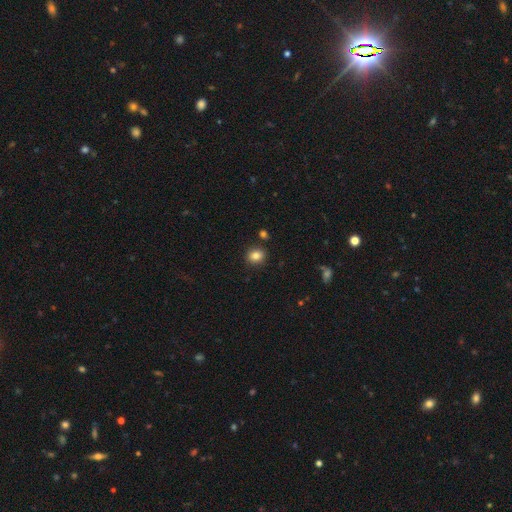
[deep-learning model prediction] Smooth or featured?
  - smooth: 83% *
  - star or artifact: 11%
  - featured or disk: 6%
How rounded?
  - round: 74% *
  - in between: 26%
  - cigar-shaped: 1%
Merging?
  - none: 88% *
  - minor disturbance: 7%
  - merger: 3%
  - major disturbance: 2%